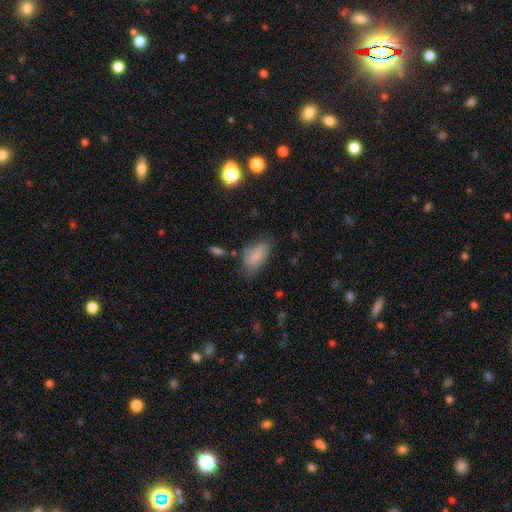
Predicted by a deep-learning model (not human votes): Smooth or featured: smooth — 81% (featured or disk — 11%)
How rounded: in between — 92% (round — 5%)
Merging: none — 59% (minor disturbance — 28%)